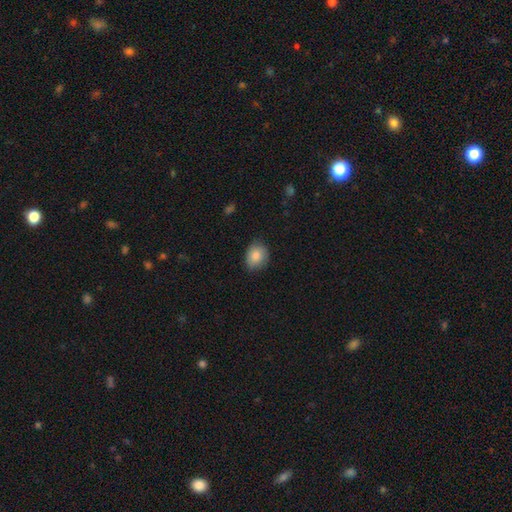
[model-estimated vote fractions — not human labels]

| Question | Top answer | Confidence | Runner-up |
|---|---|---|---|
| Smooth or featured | smooth | 85% | star or artifact (8%) |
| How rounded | round | 50% | in between (49%) |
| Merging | none | 76% | minor disturbance (20%) |